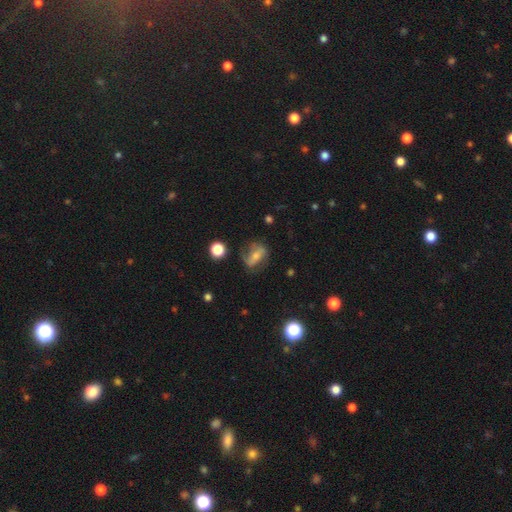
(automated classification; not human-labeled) This appears to be a featured or disk galaxy (58%) with a strong bar (40%), spiral arms (78%) and a moderate central bulge (44%). Merging: none (60%).